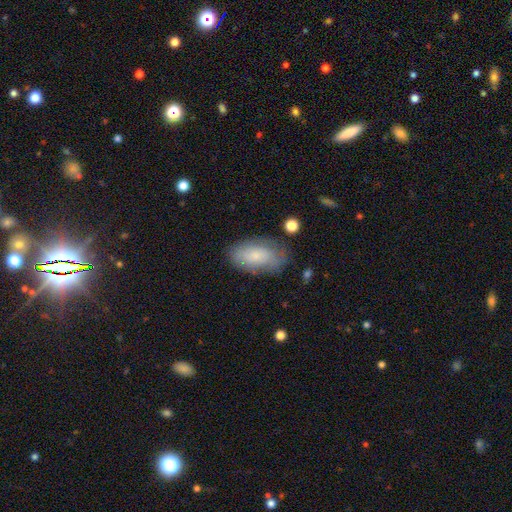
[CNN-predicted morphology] Q: Smooth or featured?
A: smooth (73%); runner-up: featured or disk (19%)
Q: How rounded?
A: in between (93%); runner-up: round (4%)
Q: Merging?
A: none (71%); runner-up: minor disturbance (21%)